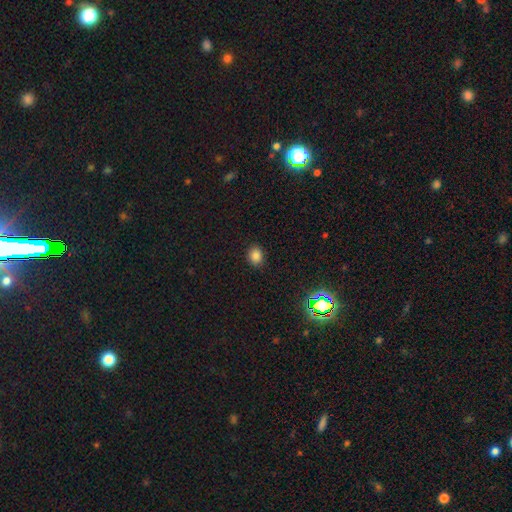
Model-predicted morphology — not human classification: The model was most divided on "how rounded": round: 58%, in between: 41%, cigar-shaped: 1%. More confident: merging — none (89%); smooth or featured — smooth (82%).